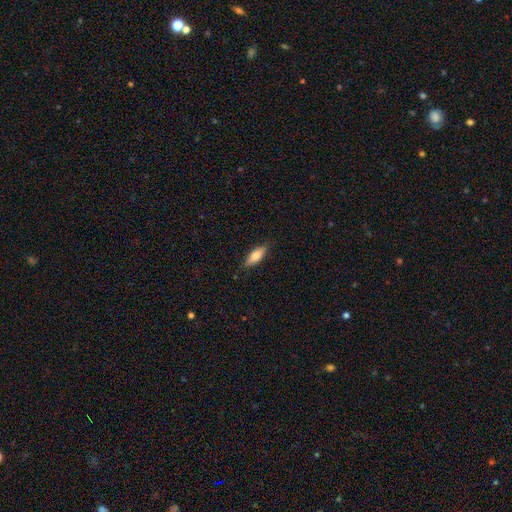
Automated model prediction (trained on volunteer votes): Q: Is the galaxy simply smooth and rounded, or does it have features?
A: smooth — 73%.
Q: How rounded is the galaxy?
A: in between — 61%.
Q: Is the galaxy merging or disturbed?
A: none — 84%.